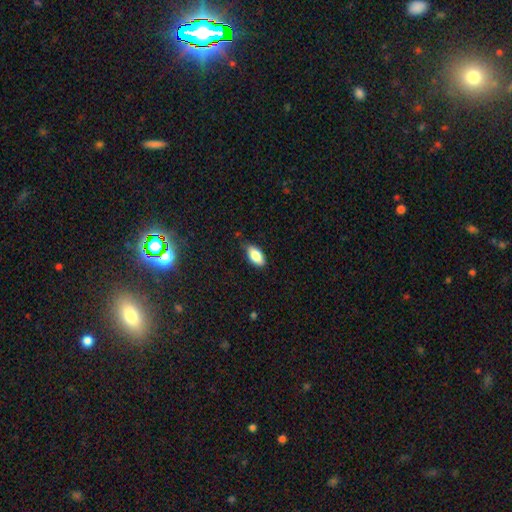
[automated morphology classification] smooth_or_featured: smooth (p=0.83) [alt: featured or disk p=0.09]
how_rounded: in between (p=0.92) [alt: cigar-shaped p=0.05]
merging: none (p=0.78) [alt: minor disturbance p=0.18]